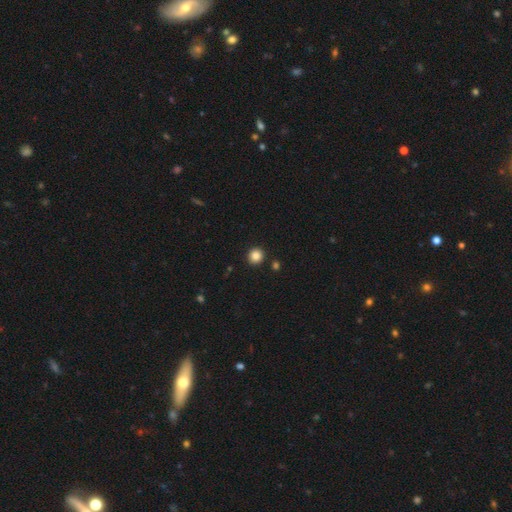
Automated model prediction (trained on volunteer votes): This is clearly a smooth galaxy (86%). How rounded: clearly round (91%). Merging: clearly none (91%).